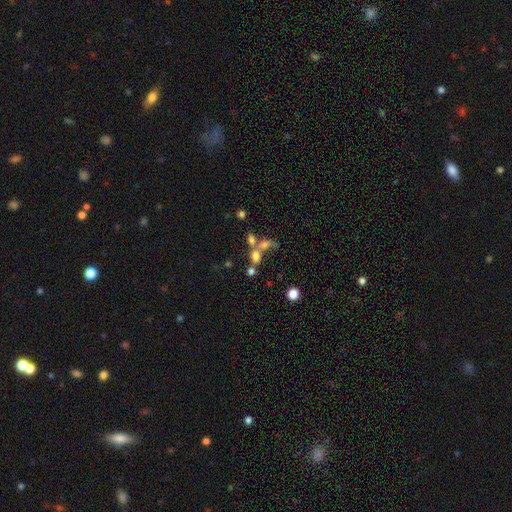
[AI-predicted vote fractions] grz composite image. It shows a smooth galaxy with no disk features (64%) that is round (54%). Merging: merger (56%).